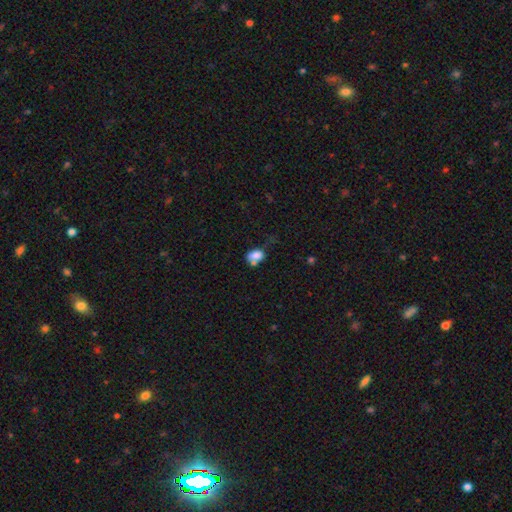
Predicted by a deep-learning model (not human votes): This appears to be a smooth galaxy with no disk features (76%) that is in between round and cigar-shaped (74%). Merging: merger (35%).